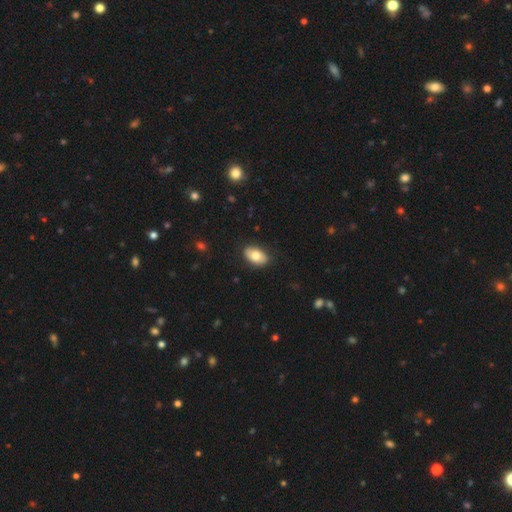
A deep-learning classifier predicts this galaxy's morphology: A smooth galaxy with no disk features (76%) that is in between round and cigar-shaped (90%). Merging: none (85%).